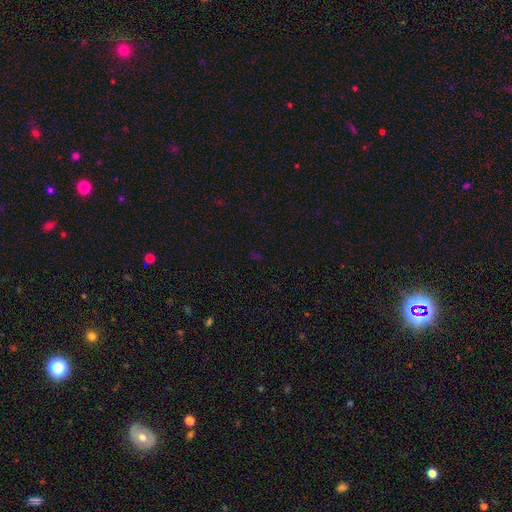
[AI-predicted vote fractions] Smooth or featured: star or artifact — 64% (smooth — 28%)